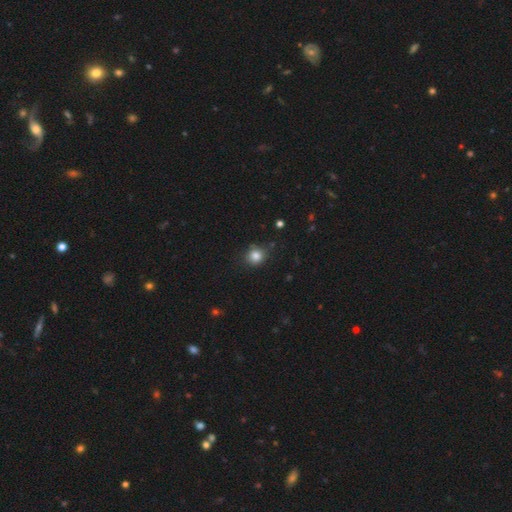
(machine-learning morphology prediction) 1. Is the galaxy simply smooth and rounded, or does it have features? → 83% smooth, 12% star or artifact, 5% featured or disk.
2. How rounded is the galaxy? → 83% round, 16% in between, 1% cigar-shaped.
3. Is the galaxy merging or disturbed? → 81% none, 13% minor disturbance, 3% major disturbance, 2% merger.